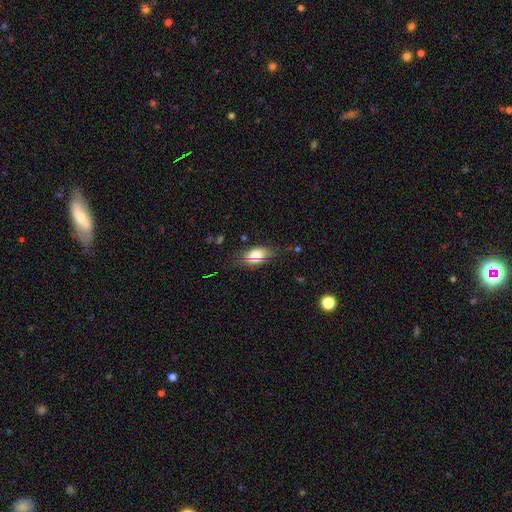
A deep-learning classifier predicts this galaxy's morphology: This is likely a smooth galaxy (74%). How rounded: clearly in between (87%). Merging: likely none (66%).